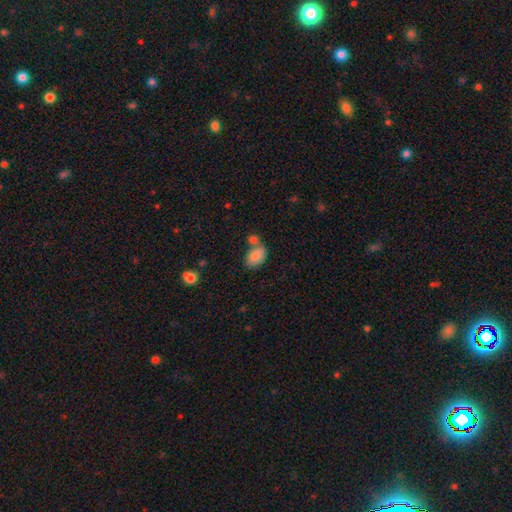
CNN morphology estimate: Smooth or featured? smooth (84%)
How rounded? in between (88%)
Merging? none (47%)